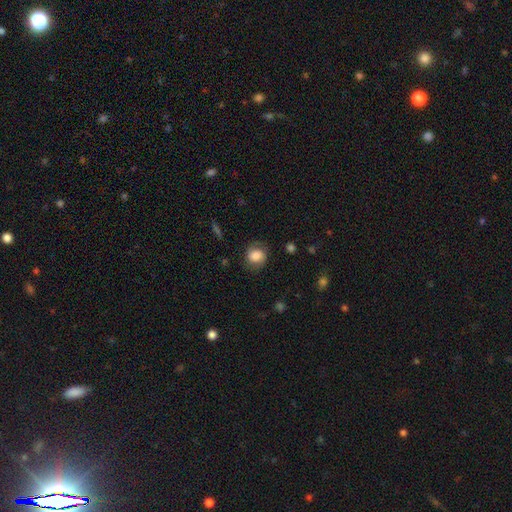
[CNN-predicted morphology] A smooth galaxy with no disk features (77%) that is round (69%).

Vote fractions:
- Smooth or featured? smooth: 77% / featured or disk: 15% / star or artifact: 8%
- How rounded? round: 69% / in between: 30% / cigar-shaped: 1%
- Merging? none: 74% / minor disturbance: 18% / major disturbance: 7% / merger: 1%